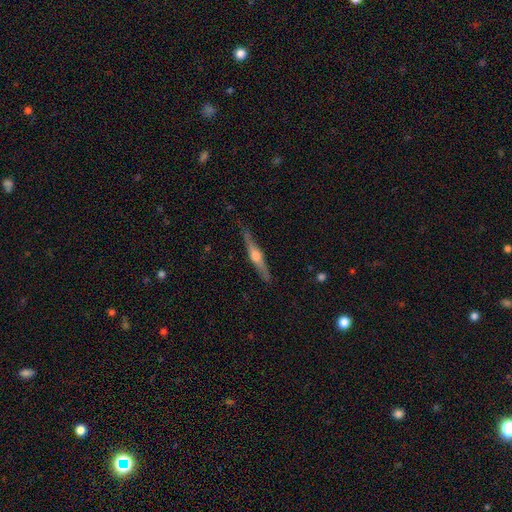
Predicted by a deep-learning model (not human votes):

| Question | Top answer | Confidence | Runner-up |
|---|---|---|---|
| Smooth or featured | featured or disk | 71% | smooth (24%) |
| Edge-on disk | yes | 97% | no (3%) |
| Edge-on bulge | rounded | 93% | boxy (4%) |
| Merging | none | 86% | minor disturbance (11%) |